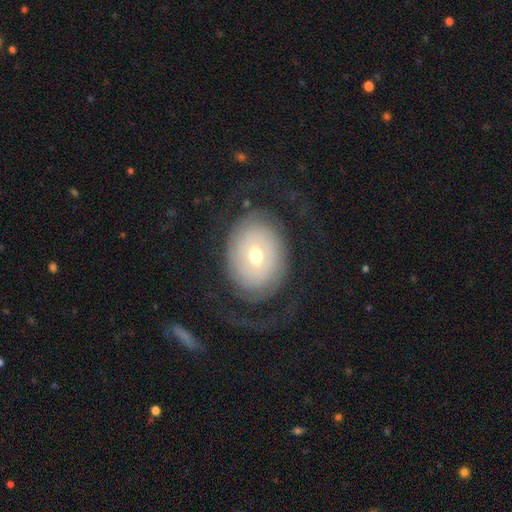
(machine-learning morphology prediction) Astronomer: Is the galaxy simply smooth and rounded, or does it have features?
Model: featured or disk — 70%.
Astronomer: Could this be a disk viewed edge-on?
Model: no — 95%.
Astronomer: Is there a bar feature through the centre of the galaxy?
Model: no — 70%.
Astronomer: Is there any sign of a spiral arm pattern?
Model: yes — 79%.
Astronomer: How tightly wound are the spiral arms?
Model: tight — 48% (runner-up: medium, 26%).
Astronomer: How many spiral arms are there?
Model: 2 — 59%.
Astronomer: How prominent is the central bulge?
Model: moderate — 60%.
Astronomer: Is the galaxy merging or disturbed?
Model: none — 64%.